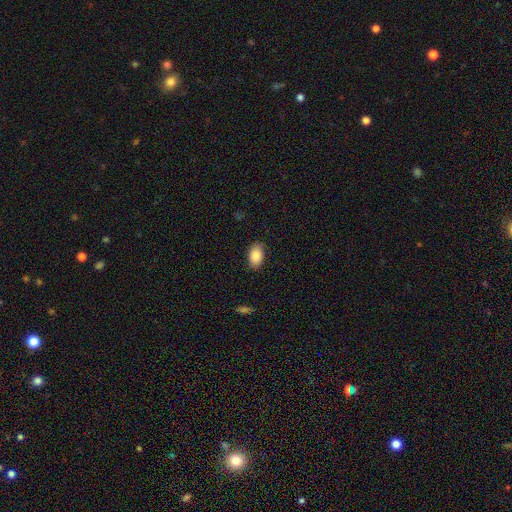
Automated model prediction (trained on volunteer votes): smooth 86%, star or artifact 7%, featured or disk 7%. Down the decision tree: how rounded — in between (91%); merging — none (86%).